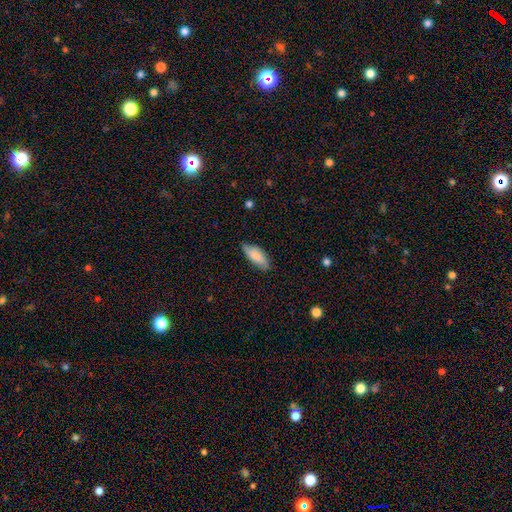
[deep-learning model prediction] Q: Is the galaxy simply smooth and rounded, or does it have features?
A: smooth — 81%.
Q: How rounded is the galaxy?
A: in between — 78%.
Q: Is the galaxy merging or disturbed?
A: none — 72%.